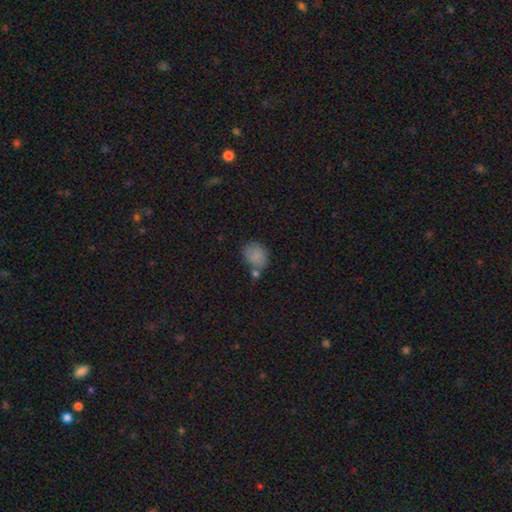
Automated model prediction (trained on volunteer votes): Q: Smooth or featured?
A: smooth (82%); runner-up: star or artifact (11%)
Q: How rounded?
A: in between (50%); runner-up: round (49%)
Q: Merging?
A: none (54%); runner-up: merger (20%)